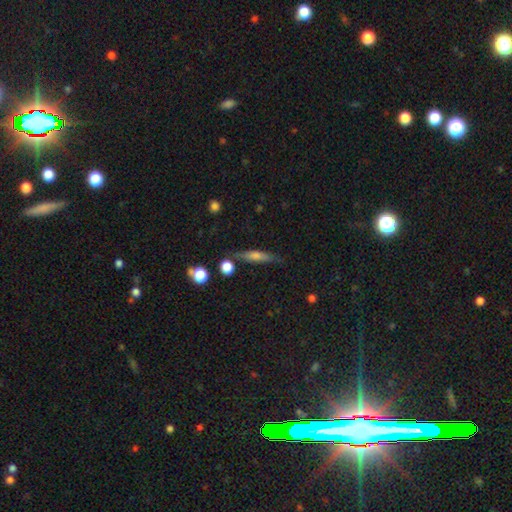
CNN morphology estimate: smooth-or-featured: smooth: 49% | featured or disk: 41% | star or artifact: 9%
  merging: none: 78% | minor disturbance: 14% | merger: 4% | major disturbance: 4%